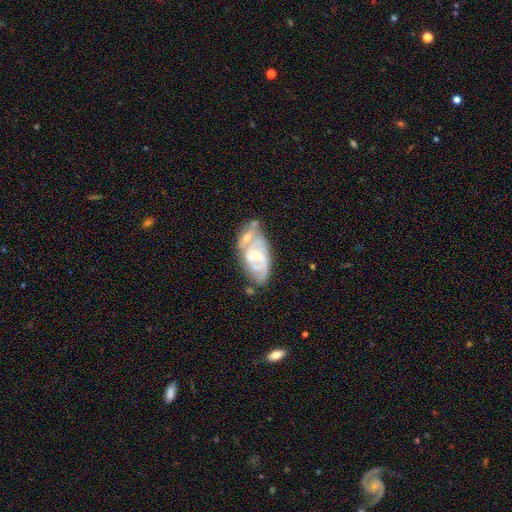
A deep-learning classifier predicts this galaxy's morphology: Smooth or featured: featured or disk — 77% (smooth — 17%)
Edge-on disk: no — 95% (yes — 5%)
Bar: no — 51% (weak — 39%)
Spiral arms: yes — 83% (no — 17%)
Spiral winding: tight — 47% (medium — 40%)
Spiral arm count: 2 — 51% (can't tell — 28%)
Bulge size: small — 57% (moderate — 34%)
Merging: none — 36% (merger — 28%)